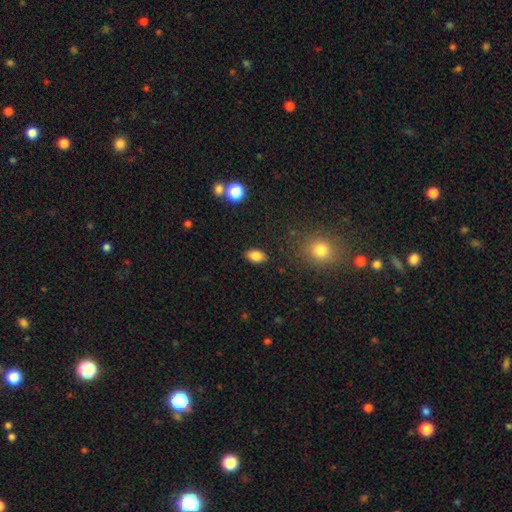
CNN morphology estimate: Overall: smooth (85%). How rounded: in between (87%). Merging: none (87%).